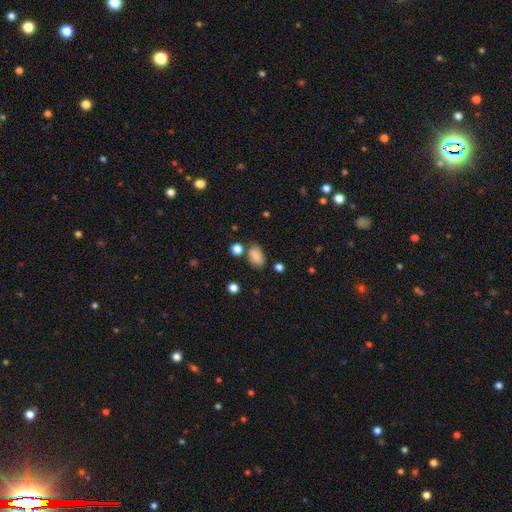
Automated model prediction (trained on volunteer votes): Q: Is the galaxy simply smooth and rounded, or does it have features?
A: smooth — 81%.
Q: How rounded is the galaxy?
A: in between — 85%.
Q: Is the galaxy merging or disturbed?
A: none — 64%.